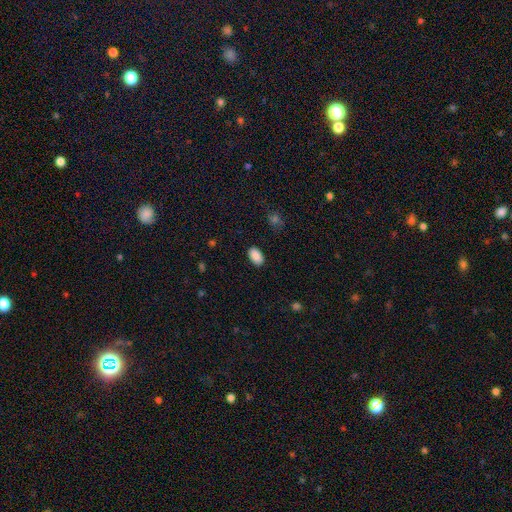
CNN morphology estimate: Overall: smooth (90%). How rounded: in between (93%). Merging: none (88%).